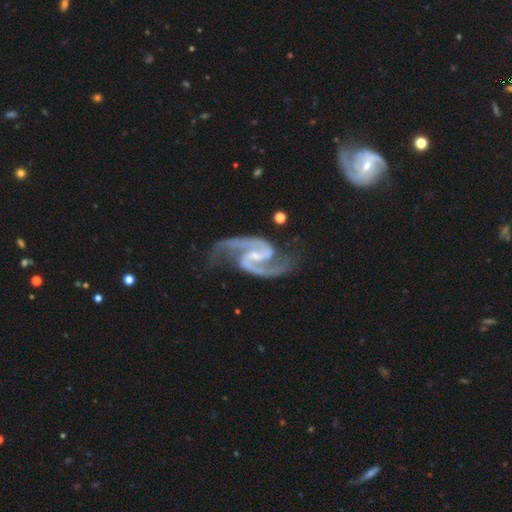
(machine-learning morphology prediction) smooth-or-featured: featured or disk: 94% | star or artifact: 3% | smooth: 2%
  disk-edge-on: no: 98% | yes: 2%
    bar: weak: 52% | strong: 26% | no: 21%
    has-spiral-arms: yes: 99% | no: 1%
      spiral-winding: medium: 64% | loose: 24% | tight: 12%
      spiral-arm-count: 2: 94% | 3: 1% | can't tell: 1% | 1: 1% | 4: 1% | more than 4: 1%
    bulge-size: small: 56% | moderate: 22% | none: 19% | large: 2% | dominant: 1%
  merging: none: 69% | minor disturbance: 18% | major disturbance: 9% | merger: 3%